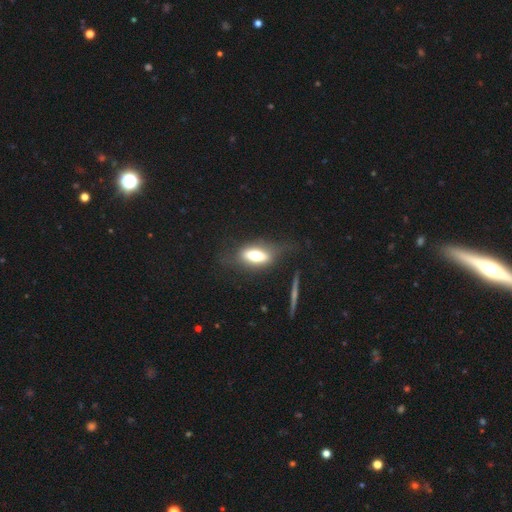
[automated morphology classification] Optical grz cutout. It shows a smooth galaxy with no disk features (54%) that is in between round and cigar-shaped (73%). Merging: none (62%).